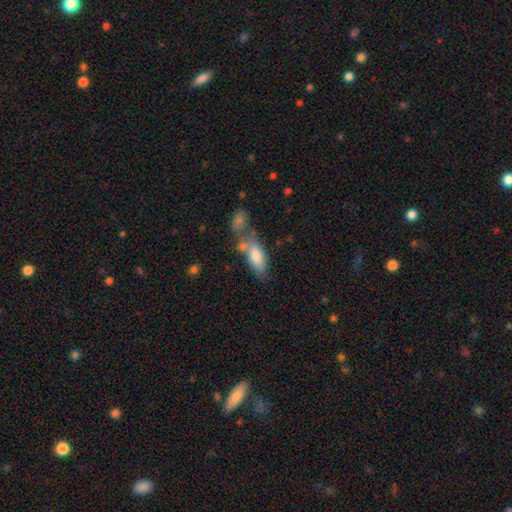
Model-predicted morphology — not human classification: Smooth or featured? Predicted: smooth (p=0.77). How rounded? Predicted: in between (p=0.80). Merging? Predicted: none (p=0.40).